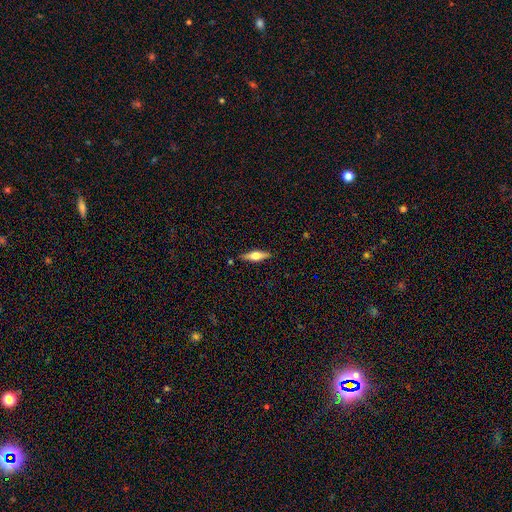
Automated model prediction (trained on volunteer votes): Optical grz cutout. It shows a featured or disk galaxy (51%) viewed edge-on (94%). Merging: none (86%).